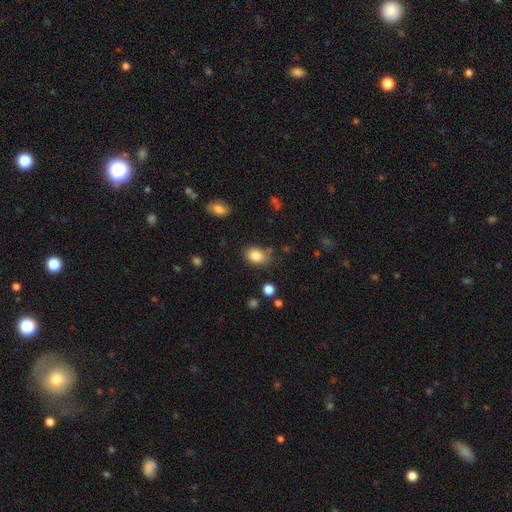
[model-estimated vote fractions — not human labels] A smooth galaxy with no disk features (84%) that is in between round and cigar-shaped (78%). Merging: none (75%).